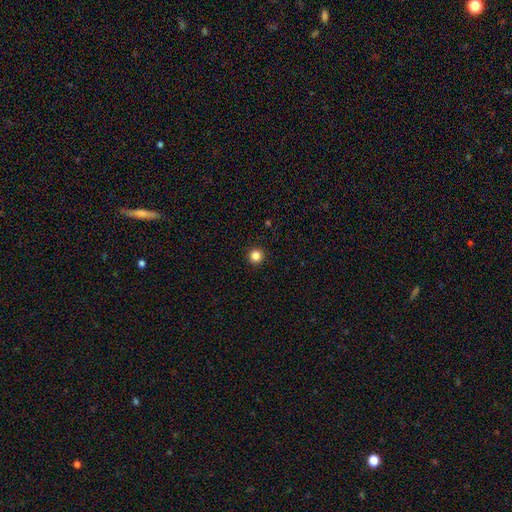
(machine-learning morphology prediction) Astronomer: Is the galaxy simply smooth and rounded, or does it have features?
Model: smooth — 85%.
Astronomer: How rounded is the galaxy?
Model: round — 95%.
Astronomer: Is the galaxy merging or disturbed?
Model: none — 93%.